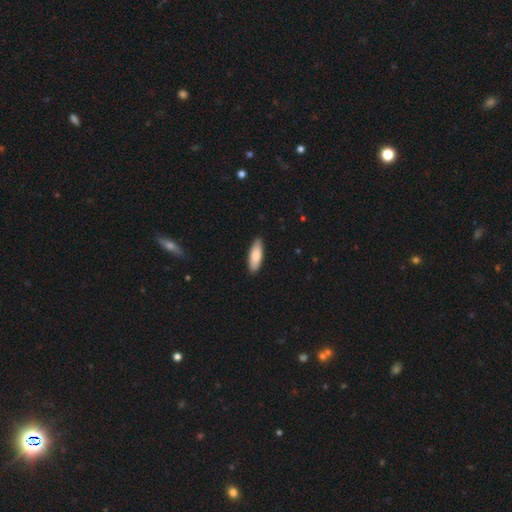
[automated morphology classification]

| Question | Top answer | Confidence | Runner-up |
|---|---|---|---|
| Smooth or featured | smooth | 81% | featured or disk (13%) |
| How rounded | in between | 64% | cigar-shaped (34%) |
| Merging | none | 88% | minor disturbance (10%) |